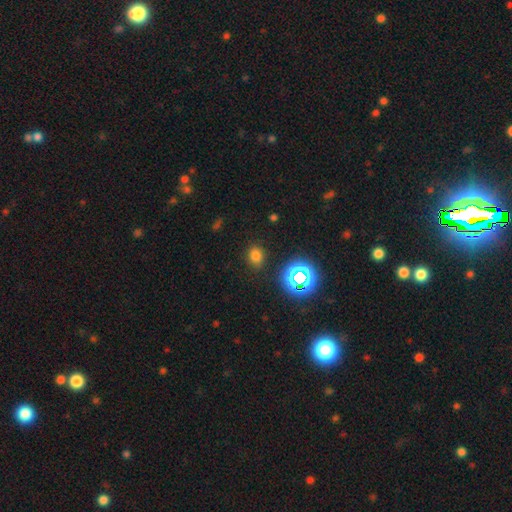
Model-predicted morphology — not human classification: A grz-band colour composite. It shows a smooth galaxy with no disk features (71%) that is round (55%). Merging: none (84%).